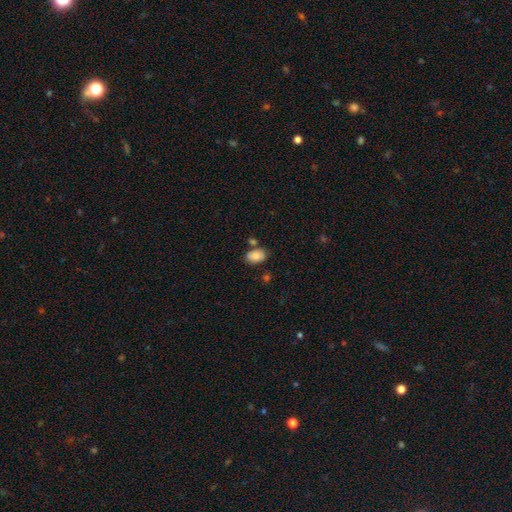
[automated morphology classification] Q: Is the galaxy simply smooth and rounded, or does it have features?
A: smooth — 87%.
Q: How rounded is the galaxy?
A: in between — 89%.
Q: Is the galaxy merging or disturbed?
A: none — 69%.